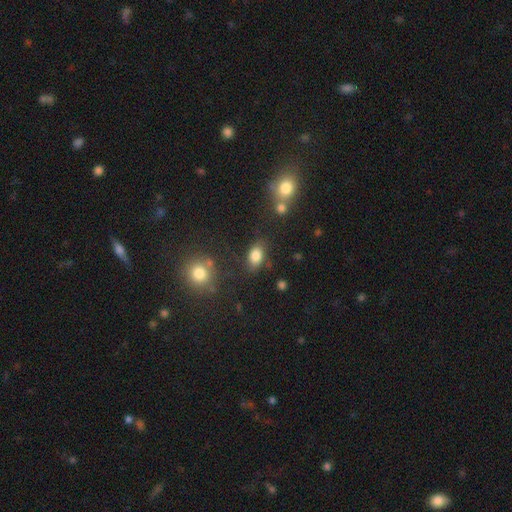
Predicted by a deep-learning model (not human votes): smooth 83%, star or artifact 10%, featured or disk 7%. Down the decision tree: how rounded — in between (82%); merging — none (75%).